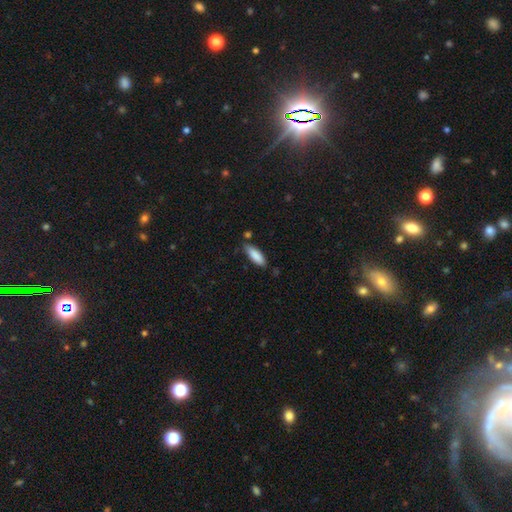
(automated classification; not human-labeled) smooth-or-featured: smooth: 87% | featured or disk: 7% | star or artifact: 6%
  how-rounded: in between: 58% | cigar-shaped: 40% | round: 1%
  merging: none: 74% | minor disturbance: 19% | merger: 5% | major disturbance: 3%